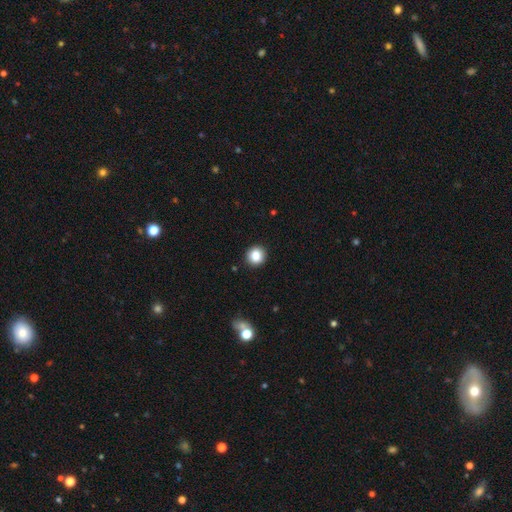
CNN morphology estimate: Smooth or featured: smooth — 85% (star or artifact — 10%)
How rounded: round — 90% (in between — 9%)
Merging: none — 92% (minor disturbance — 5%)